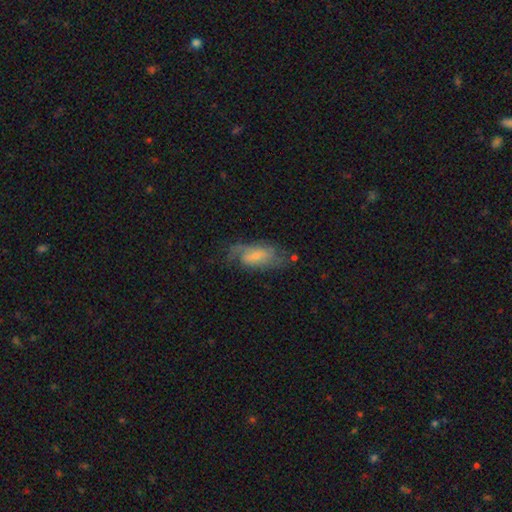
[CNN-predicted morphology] smooth_or_featured: featured or disk (p=0.63) [alt: smooth p=0.30]
disk_edge_on: no (p=0.93) [alt: yes p=0.07]
bar: weak (p=0.44) [alt: no p=0.42]
has_spiral_arms: yes (p=0.85) [alt: no p=0.15]
spiral_winding: medium (p=0.44) [alt: loose p=0.32]
spiral_arm_count: 2 (p=0.57) [alt: can't tell p=0.22]
bulge_size: small (p=0.61) [alt: moderate p=0.26]
merging: none (p=0.55) [alt: minor disturbance p=0.24]